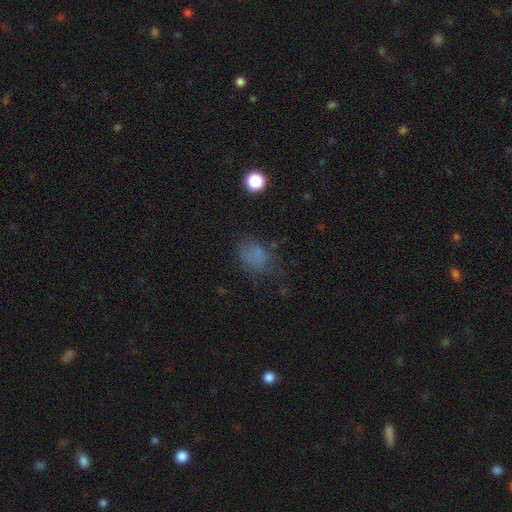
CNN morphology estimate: Smooth or featured?
  - smooth: 69% *
  - star or artifact: 18%
  - featured or disk: 13%
How rounded?
  - in between: 64% *
  - round: 34%
  - cigar-shaped: 1%
Merging?
  - none: 56% *
  - minor disturbance: 25%
  - major disturbance: 17%
  - merger: 3%